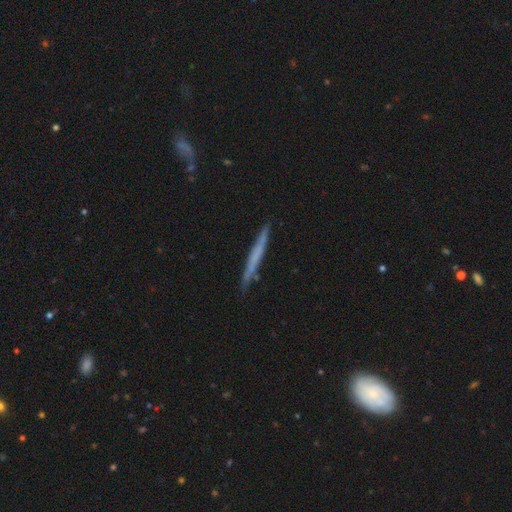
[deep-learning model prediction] A smooth galaxy with no disk features (47%). Merging: none (84%).